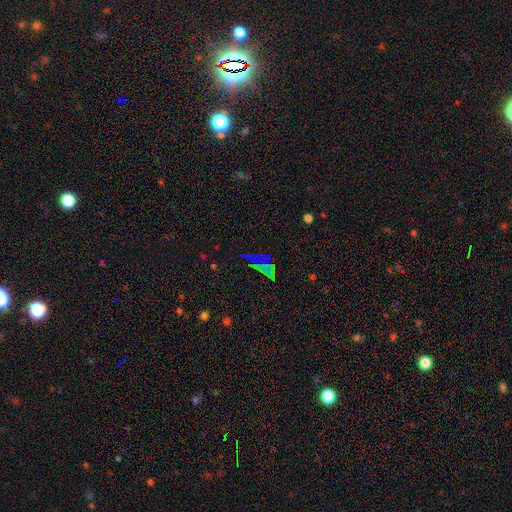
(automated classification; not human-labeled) Smooth or featured? star or artifact (56%)